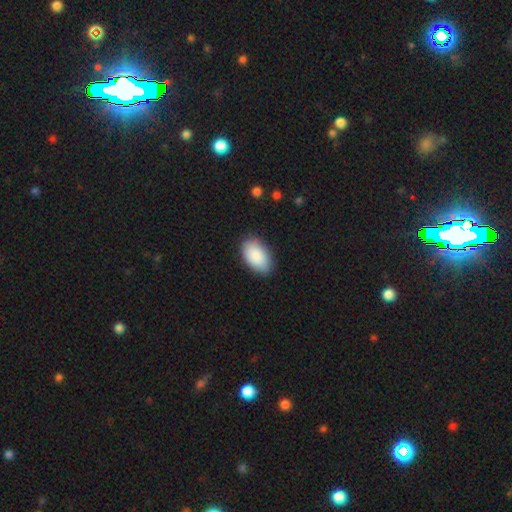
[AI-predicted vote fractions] Smooth or featured: smooth — 90% (star or artifact — 6%)
How rounded: in between — 94% (round — 5%)
Merging: none — 86% (minor disturbance — 11%)